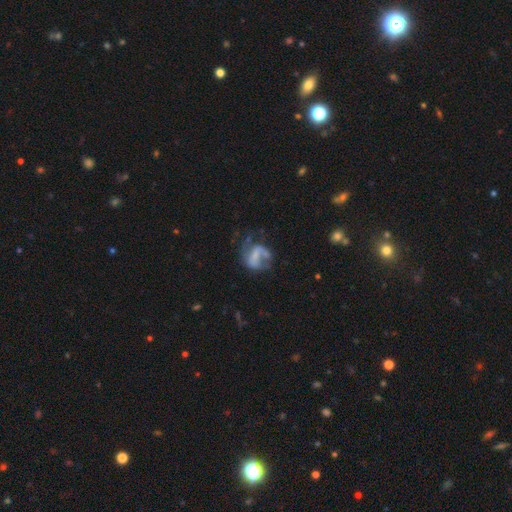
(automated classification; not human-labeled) featured or disk 53%, smooth 37%, star or artifact 10%. Down the decision tree: edge-on disk — no (97%); bar — no (50%); spiral arms — yes (54%); bulge size — none (57%); merging — major disturbance (41%).